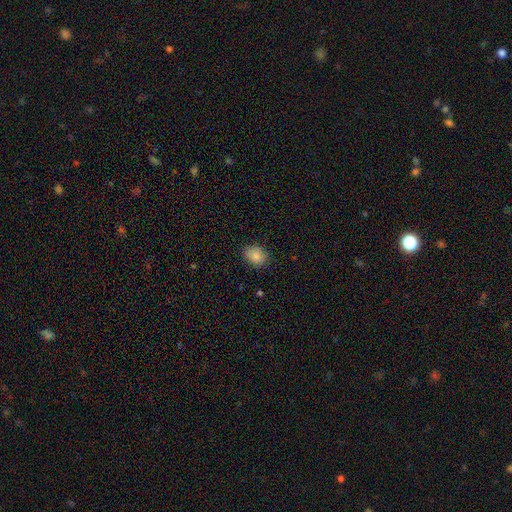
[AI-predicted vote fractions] This appears to be a smooth galaxy with no disk features (86%) that is in between round and cigar-shaped (56%). Merging: none (82%).